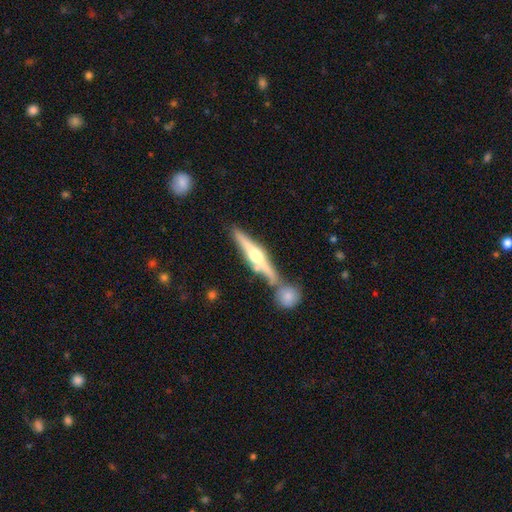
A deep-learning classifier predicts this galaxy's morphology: Smooth or featured? featured or disk (69%)
Edge-on disk? yes (96%)
Edge-on bulge? rounded (93%)
Merging? none (68%)